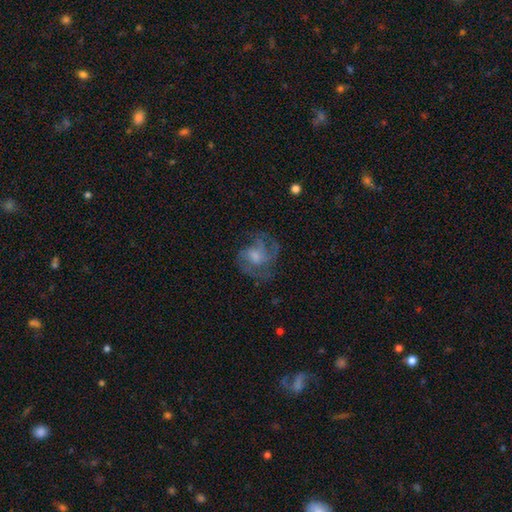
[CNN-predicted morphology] The model was most divided on "spiral arm count": 3: 36%, can't tell: 25%, 2: 17%, 4: 12%, 1: 5%, more than 4: 5%. Remaining: edge-on disk — no (97%); spiral arms — yes (89%); smooth or featured — featured or disk (71%); merging — none (63%); bar — no (60%); spiral winding — medium (48%); bulge size — moderate (45%).